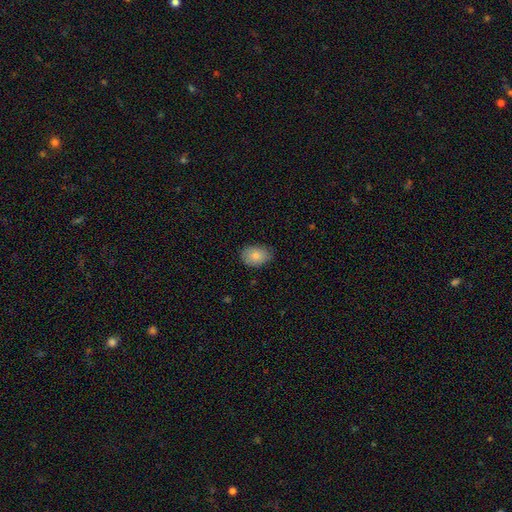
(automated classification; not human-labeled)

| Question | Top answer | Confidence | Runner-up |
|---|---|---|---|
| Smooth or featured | smooth | 85% | featured or disk (8%) |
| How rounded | in between | 79% | round (20%) |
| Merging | none | 74% | minor disturbance (22%) |